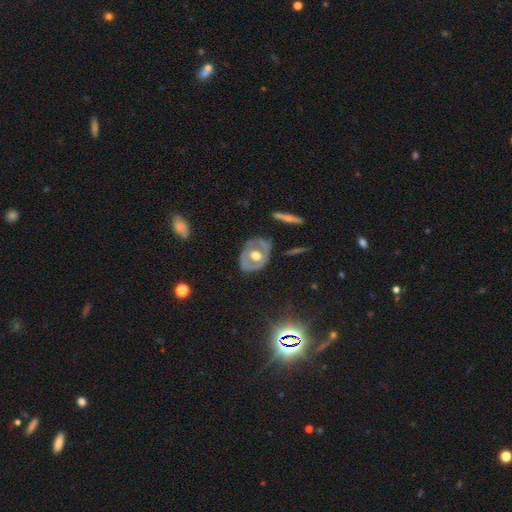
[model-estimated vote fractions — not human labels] This is likely a featured or disk galaxy (62%). It is clearly not viewed edge-on (91%). Bar: clearly no (81%). Spiral arm pattern: clearly no (82%). Central bulge: likely moderate (63%). Merging: likely none (72%).